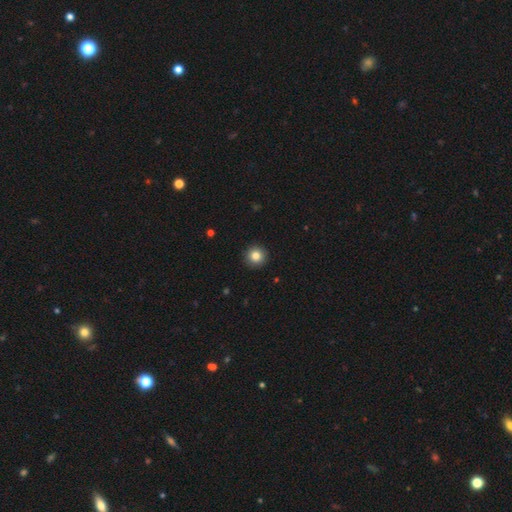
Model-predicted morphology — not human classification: This is clearly a smooth galaxy (83%). How rounded: clearly round (96%). Merging: clearly none (93%).